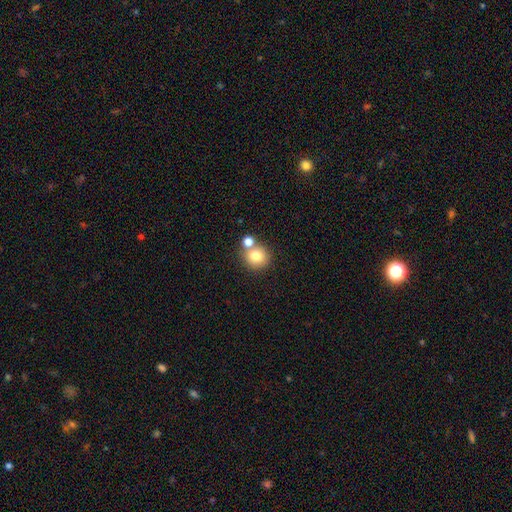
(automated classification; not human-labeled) Smooth or featured? smooth (79%)
How rounded? round (87%)
Merging? none (59%)